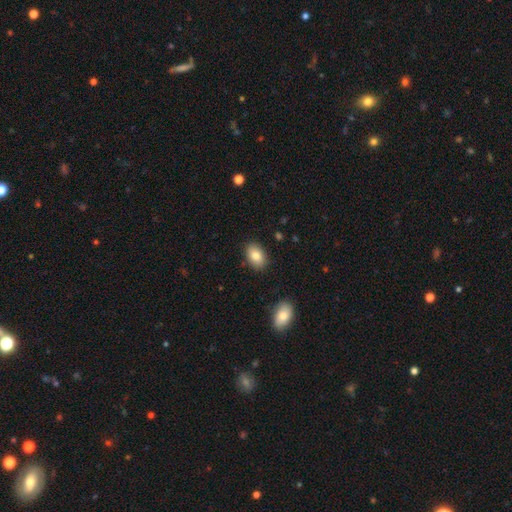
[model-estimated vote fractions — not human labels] A smooth galaxy with no disk features (83%) that is in between round and cigar-shaped (86%). Merging: none (87%).